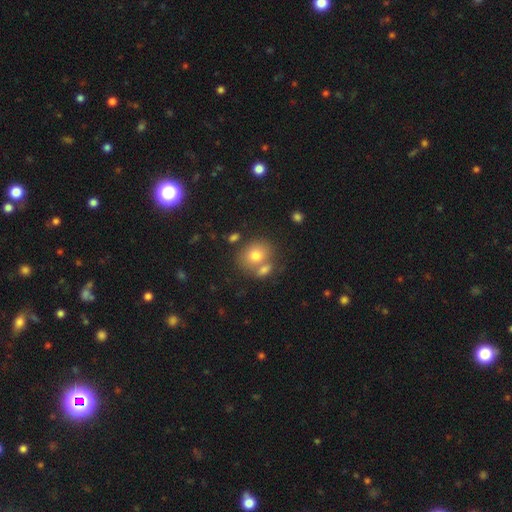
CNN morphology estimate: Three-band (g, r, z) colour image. It shows a smooth galaxy with no disk features (75%) that is round (60%). Merging: none (51%).